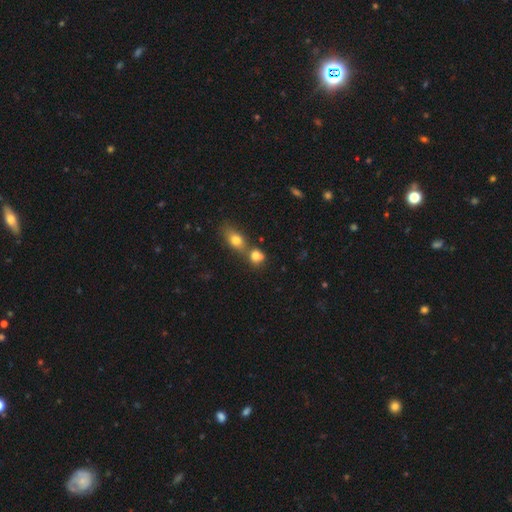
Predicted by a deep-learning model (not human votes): smooth-or-featured: smooth: 79% | star or artifact: 11% | featured or disk: 10%
  how-rounded: round: 63% | in between: 35% | cigar-shaped: 2%
  merging: merger: 53% | none: 36% | minor disturbance: 8% | major disturbance: 3%